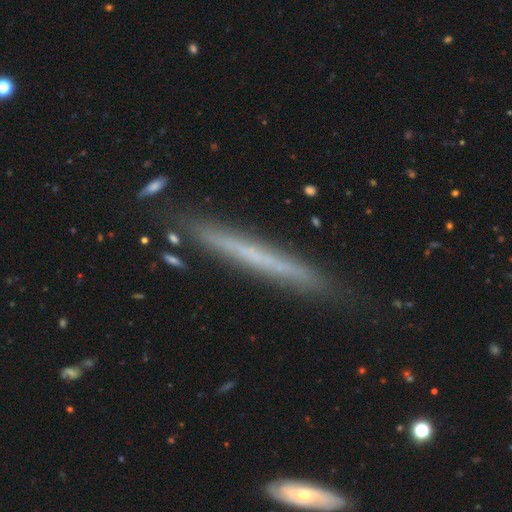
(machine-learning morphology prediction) Smooth or featured? featured or disk (53%)
Edge-on disk? yes (94%)
Merging? none (85%)